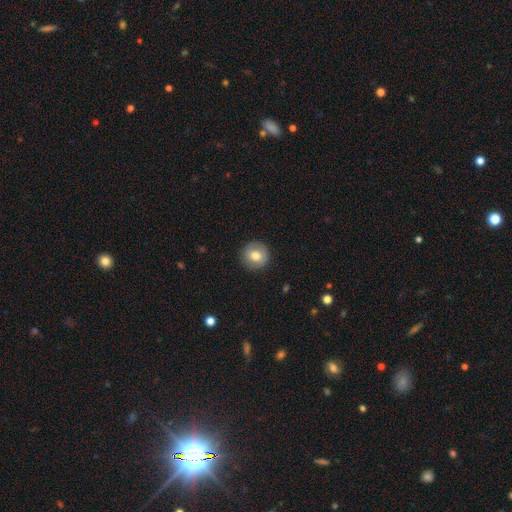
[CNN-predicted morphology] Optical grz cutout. It shows a smooth galaxy with no disk features (75%) that is round (94%). Merging: none (89%).